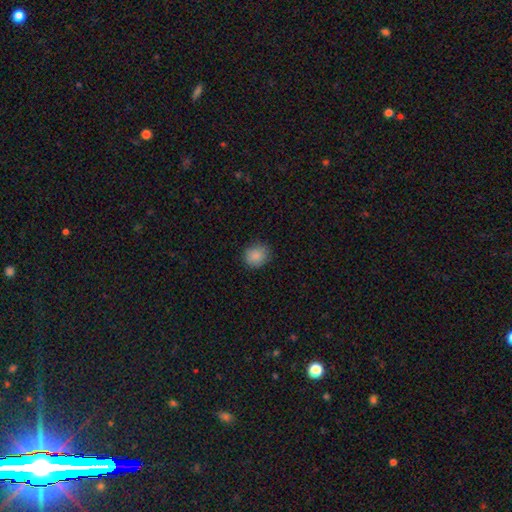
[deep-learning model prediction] This is clearly a smooth galaxy (87%). How rounded: likely round (67%). Merging: clearly none (84%).